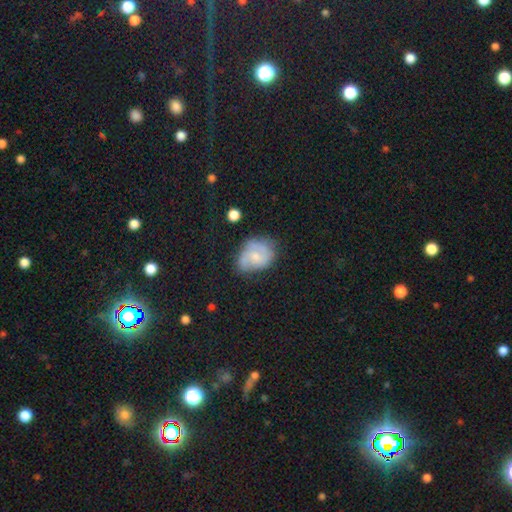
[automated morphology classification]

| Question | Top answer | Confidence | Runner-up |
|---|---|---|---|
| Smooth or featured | featured or disk | 50% | smooth (42%) |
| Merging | none | 50% | minor disturbance (31%) |